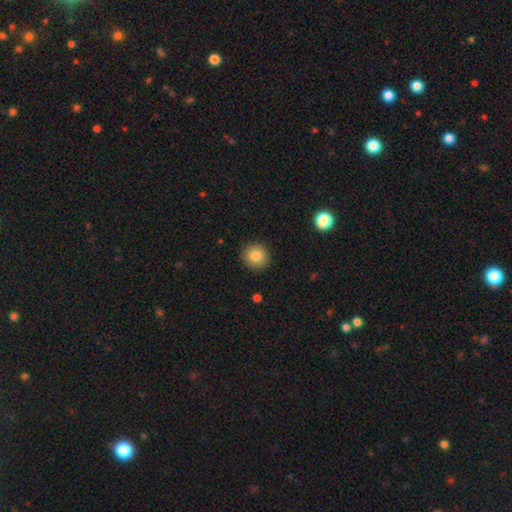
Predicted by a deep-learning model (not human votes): Q: Smooth or featured?
A: smooth (84%); runner-up: star or artifact (9%)
Q: How rounded?
A: round (94%); runner-up: in between (5%)
Q: Merging?
A: none (91%); runner-up: minor disturbance (6%)